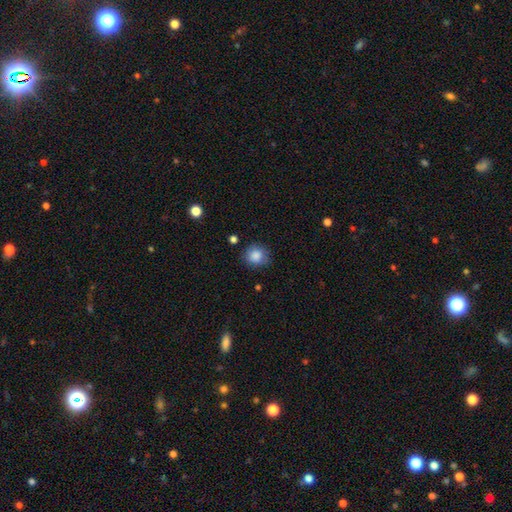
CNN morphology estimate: The model was most divided on "merging": none: 79%, minor disturbance: 15%, major disturbance: 4%, merger: 2%. More confident: smooth or featured — smooth (86%); how rounded — round (85%).